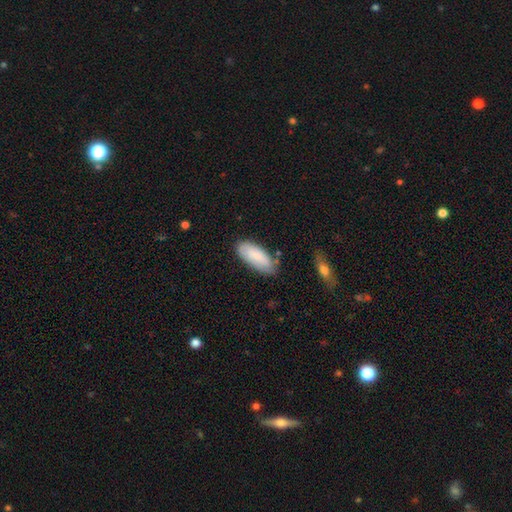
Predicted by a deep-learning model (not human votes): smooth 76%, featured or disk 18%, star or artifact 6%. Down the decision tree: how rounded — in between (84%); merging — none (72%).